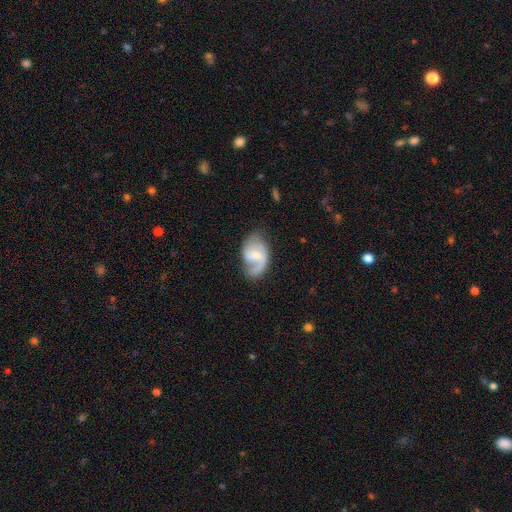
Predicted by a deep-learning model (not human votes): Smooth or featured? featured or disk (80%)
Edge-on disk? no (97%)
Bar? weak (49%)
Spiral arms? yes (94%)
Spiral winding? medium (48%)
Spiral arm count? 2 (63%)
Bulge size? small (47%)
Merging? none (60%)